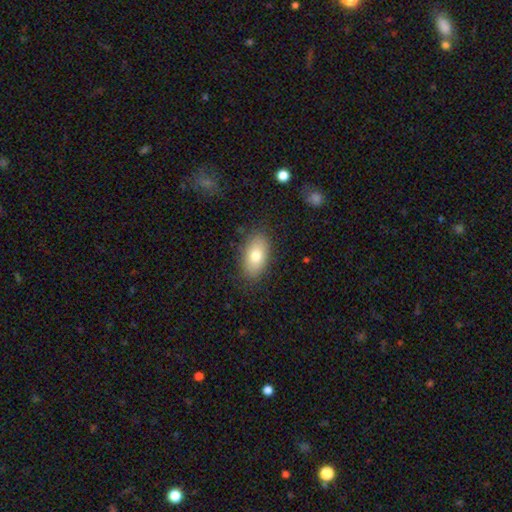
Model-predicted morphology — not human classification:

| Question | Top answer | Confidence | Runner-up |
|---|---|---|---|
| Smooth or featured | smooth | 76% | featured or disk (16%) |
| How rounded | in between | 92% | round (5%) |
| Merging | none | 85% | minor disturbance (11%) |